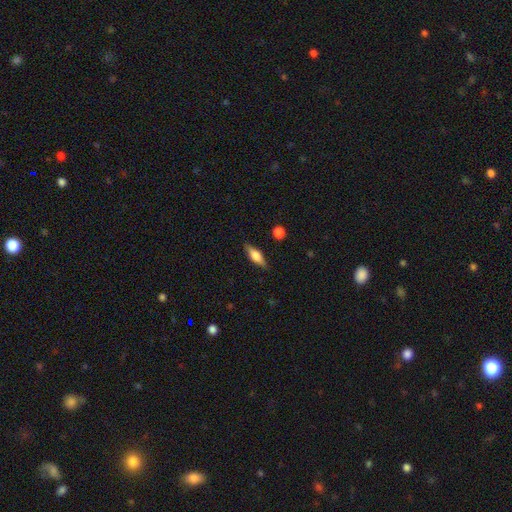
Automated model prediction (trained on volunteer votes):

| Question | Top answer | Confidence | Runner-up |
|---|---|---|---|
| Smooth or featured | smooth | 53% | featured or disk (40%) |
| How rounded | in between | 53% | cigar-shaped (43%) |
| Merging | none | 84% | minor disturbance (12%) |